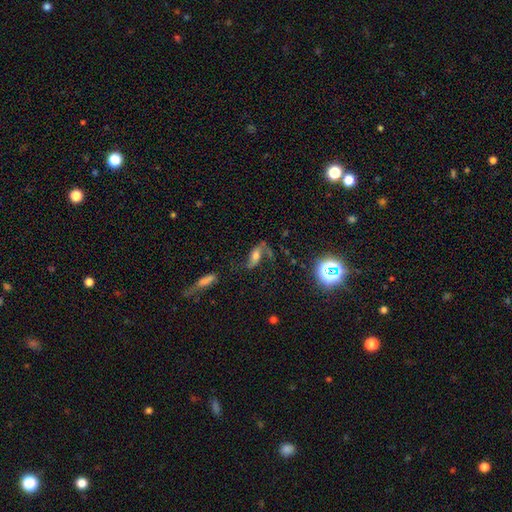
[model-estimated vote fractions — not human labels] Smooth or featured? featured or disk (63%)
Edge-on disk? no (87%)
Bar? no (50%)
Spiral arms? yes (87%)
Bulge size? moderate (47%)
Merging? none (54%)